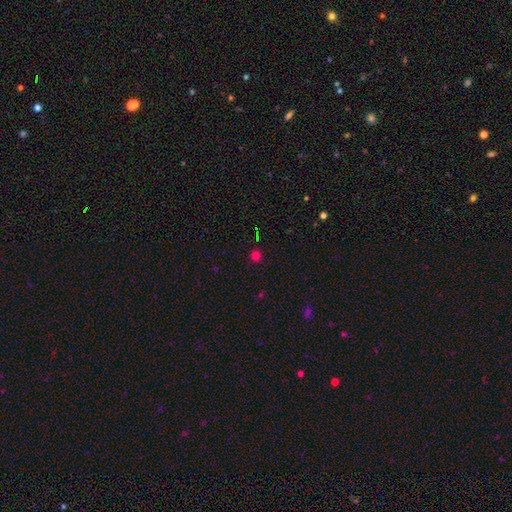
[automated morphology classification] A smooth galaxy with no disk features (74%) that is round (94%).

Vote fractions:
- Smooth or featured? smooth: 74% / star or artifact: 22% / featured or disk: 4%
- How rounded? round: 94% / in between: 5% / cigar-shaped: 1%
- Merging? none: 91% / minor disturbance: 6% / major disturbance: 2% / merger: 1%